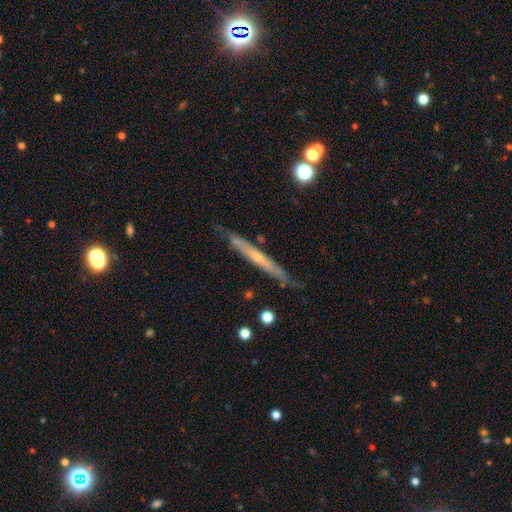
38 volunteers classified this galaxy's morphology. A featured or disk galaxy (82%) viewed edge-on (94%) with no central bulge (59%).

Vote fractions:
- Smooth or featured? featured or disk: 82% / smooth: 16% / star or artifact: 3%
- Edge-on disk? yes: 94% / no: 6%
- Edge-on bulge? none: 59% / rounded: 34% / boxy: 7%
- Merging? none: 78% / minor disturbance: 16% / major disturbance: 3% / merger: 3%